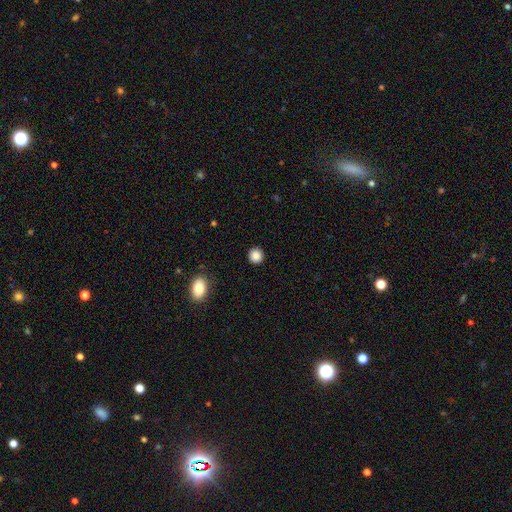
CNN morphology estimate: This is clearly a smooth galaxy (86%). How rounded: clearly round (93%). Merging: clearly none (92%).